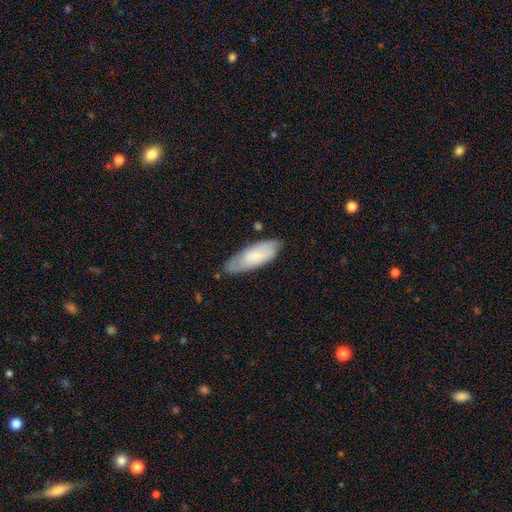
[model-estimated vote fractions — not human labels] Smooth or featured? Predicted: smooth (p=0.71). How rounded? Predicted: in between (p=0.69). Merging? Predicted: none (p=0.67).